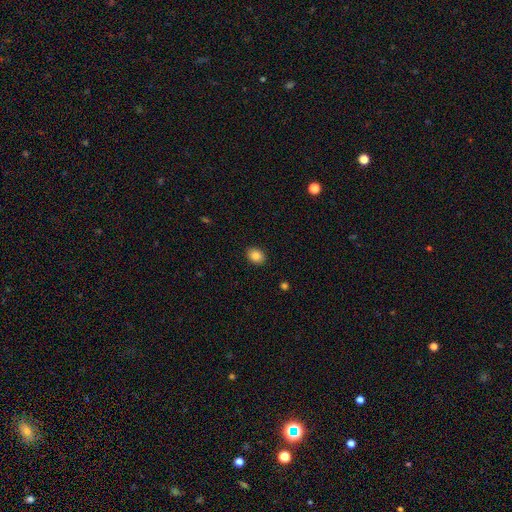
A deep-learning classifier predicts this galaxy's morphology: Smooth or featured? Predicted: smooth (p=0.85). How rounded? Predicted: in between (p=0.57). Merging? Predicted: none (p=0.90).